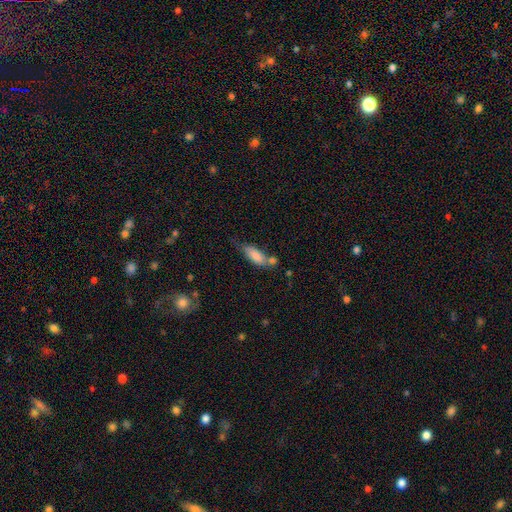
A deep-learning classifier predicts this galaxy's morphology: Smooth or featured: smooth — 79% (featured or disk — 13%)
How rounded: in between — 70% (cigar-shaped — 27%)
Merging: none — 33% (merger — 30%)